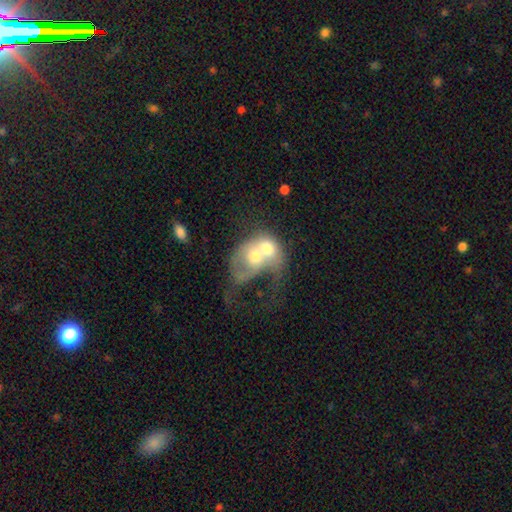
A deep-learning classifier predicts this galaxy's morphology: type=smooth (49%); merging=merger (80%).